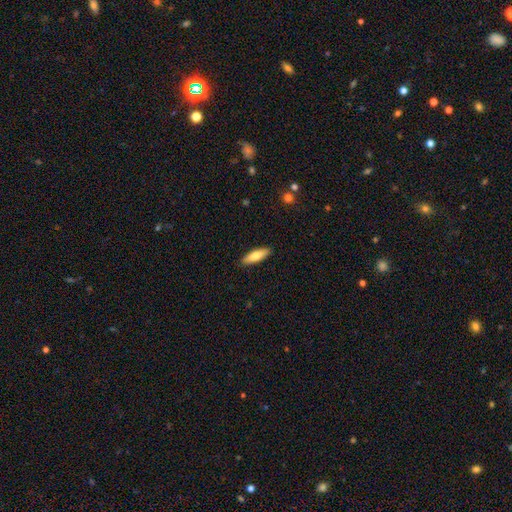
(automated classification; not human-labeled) Smooth or featured? smooth (71%)
How rounded? cigar-shaped (56%)
Merging? none (90%)